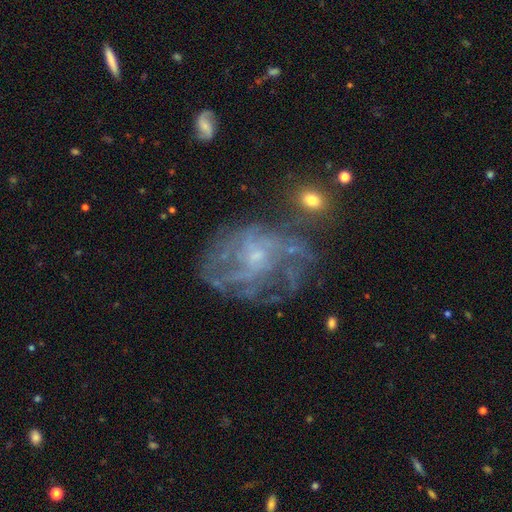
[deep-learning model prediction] This appears to be a featured or disk galaxy (77%) with no bar (68%), tight (41%) spiral arms (81%) and a small central bulge (73%). Merging: none (56%).